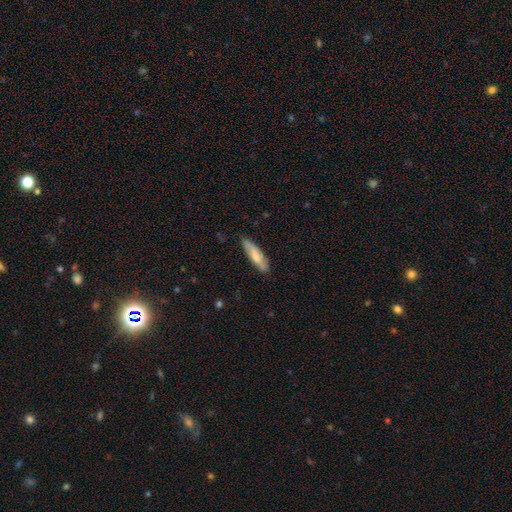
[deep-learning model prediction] Smooth or featured? Predicted: smooth (p=0.72). How rounded? Predicted: cigar-shaped (p=0.64). Merging? Predicted: none (p=0.78).